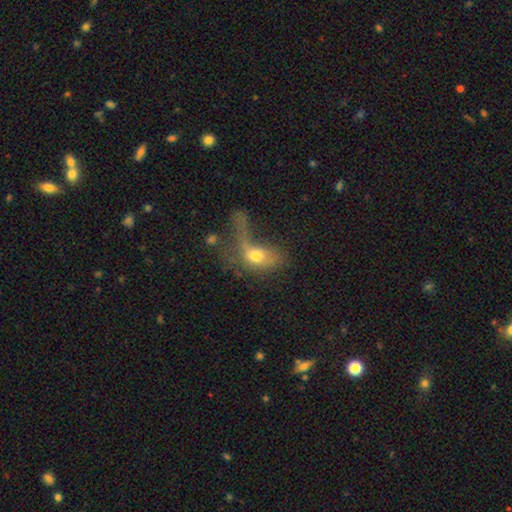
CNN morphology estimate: Q: Smooth or featured?
A: smooth (60%); runner-up: featured or disk (28%)
Q: How rounded?
A: in between (72%); runner-up: round (22%)
Q: Merging?
A: major disturbance (63%); runner-up: none (13%)